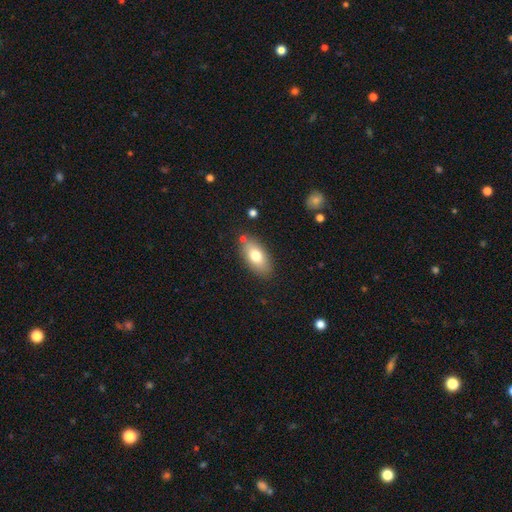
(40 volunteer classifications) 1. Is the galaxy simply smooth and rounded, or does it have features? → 72% smooth, 20% featured or disk, 8% star or artifact.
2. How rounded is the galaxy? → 83% in between, 14% cigar-shaped, 3% round.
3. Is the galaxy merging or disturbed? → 73% none, 14% minor disturbance, 8% major disturbance, 5% merger.